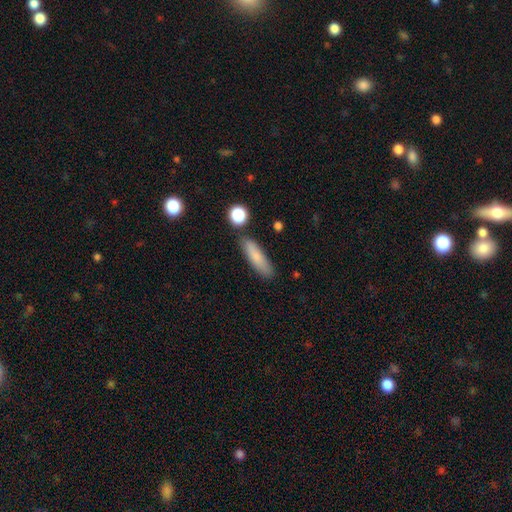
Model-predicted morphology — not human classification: smooth_or_featured: smooth (p=0.79) [alt: featured or disk p=0.14]
how_rounded: cigar-shaped (p=0.65) [alt: in between p=0.33]
merging: none (p=0.80) [alt: minor disturbance p=0.13]